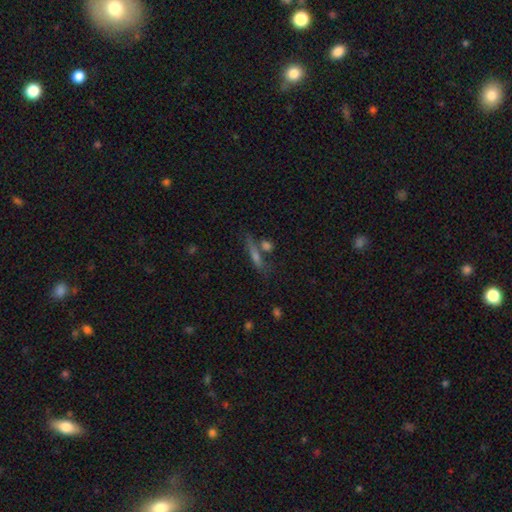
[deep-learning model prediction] A smooth galaxy with no disk features (43%). Merging: none (65%).